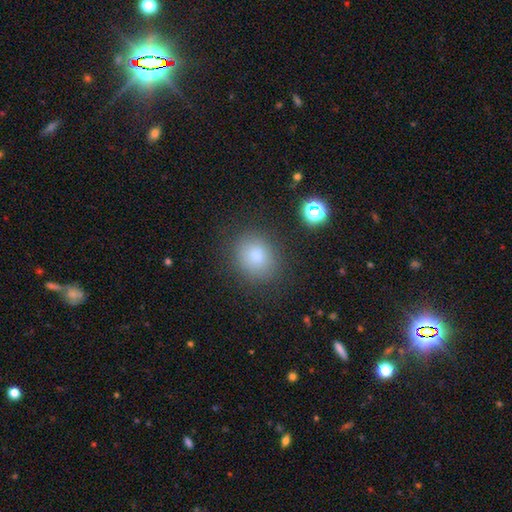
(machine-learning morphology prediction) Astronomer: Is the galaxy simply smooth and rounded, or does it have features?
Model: smooth — 79%.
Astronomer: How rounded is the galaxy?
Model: round — 68%.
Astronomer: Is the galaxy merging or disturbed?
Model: none — 85%.